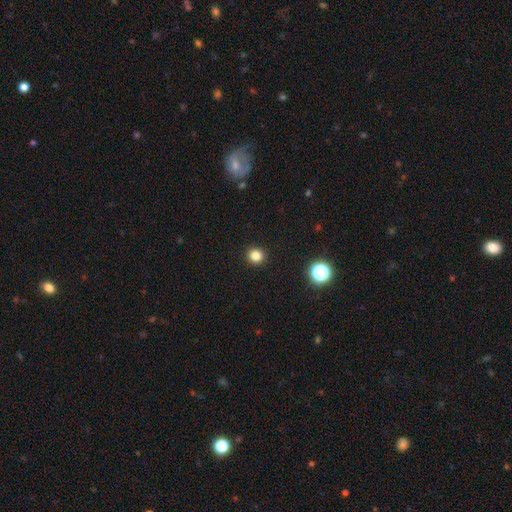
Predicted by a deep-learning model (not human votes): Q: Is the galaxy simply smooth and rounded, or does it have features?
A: smooth — 81%.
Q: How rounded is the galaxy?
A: round — 93%.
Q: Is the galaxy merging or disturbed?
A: none — 93%.